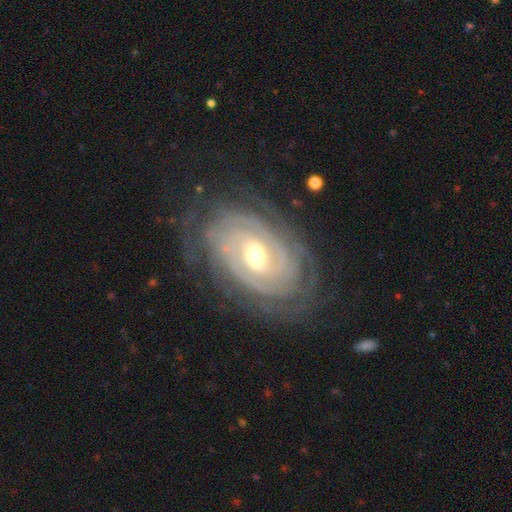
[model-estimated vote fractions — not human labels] Morphology: type=featured or disk (90%); edge-on=no (96%); bar=weak (44%); spiral arms=yes (97%); winding=tight (82%); arm count=can't tell (30%); bulge=moderate (66%); merging=none (76%).